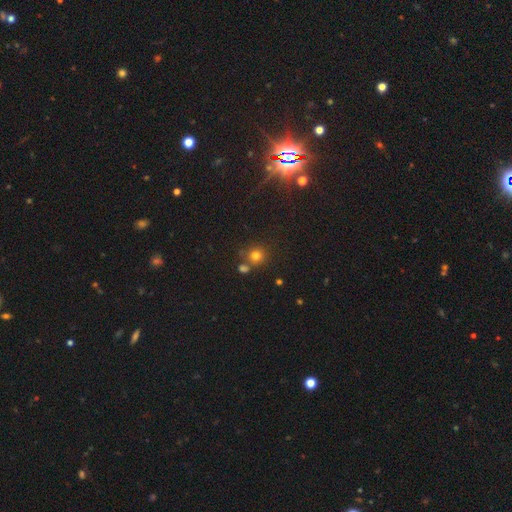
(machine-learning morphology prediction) A smooth galaxy with no disk features (74%) that is round (90%). Merging: none (69%).